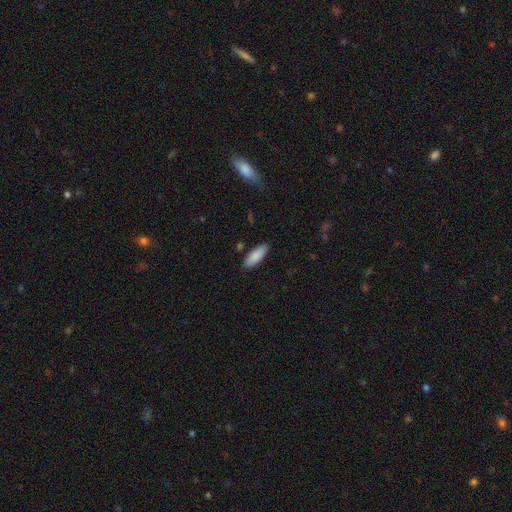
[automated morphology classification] Smooth or featured? smooth (88%)
How rounded? in between (64%)
Merging? none (87%)